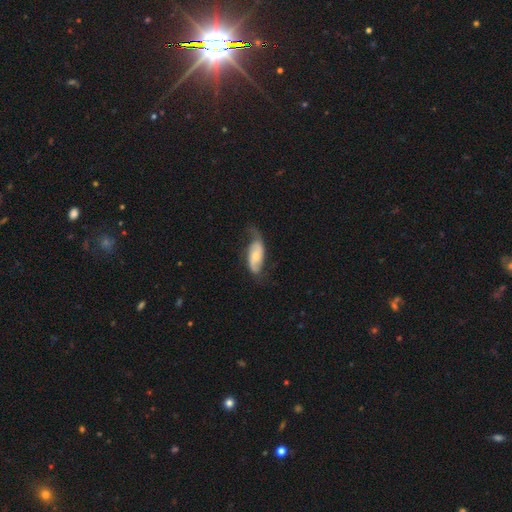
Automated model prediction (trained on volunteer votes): featured or disk 57%, smooth 37%, star or artifact 6%. Down the decision tree: edge-on disk — no (87%); merging — none (47%).